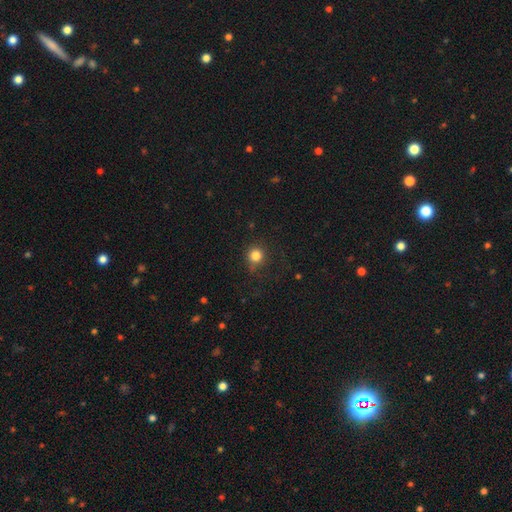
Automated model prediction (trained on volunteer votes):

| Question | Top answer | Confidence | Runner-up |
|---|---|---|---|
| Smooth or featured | smooth | 82% | star or artifact (13%) |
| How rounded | round | 92% | in between (7%) |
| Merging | none | 79% | minor disturbance (14%) |